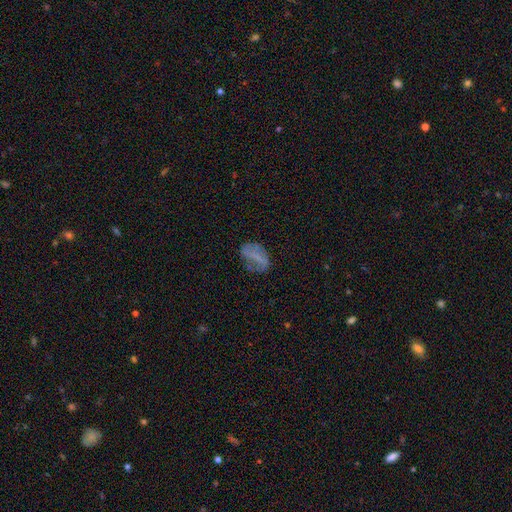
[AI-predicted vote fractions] Morphology: type=featured or disk (51%); edge-on=no (95%); merging=none (58%).